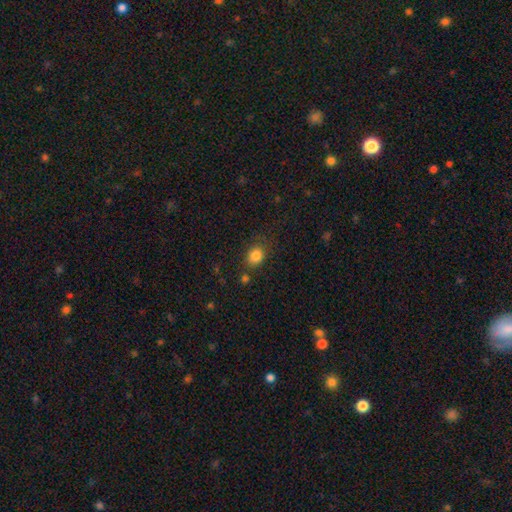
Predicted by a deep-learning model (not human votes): A smooth galaxy with no disk features (84%) that is round (54%). Merging: none (75%).